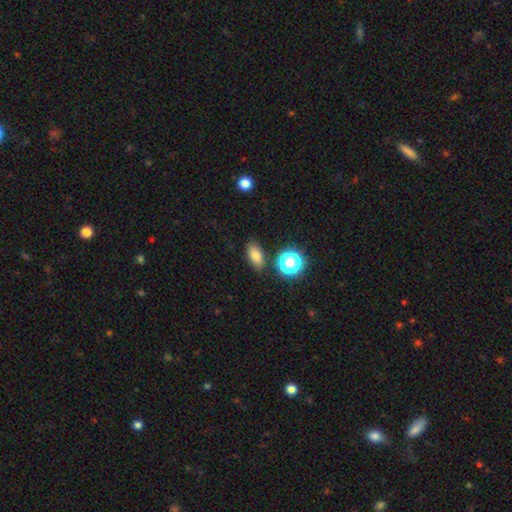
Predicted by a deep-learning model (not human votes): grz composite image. It shows a smooth galaxy with no disk features (76%) that is in between round and cigar-shaped (80%). Merging: none (83%).